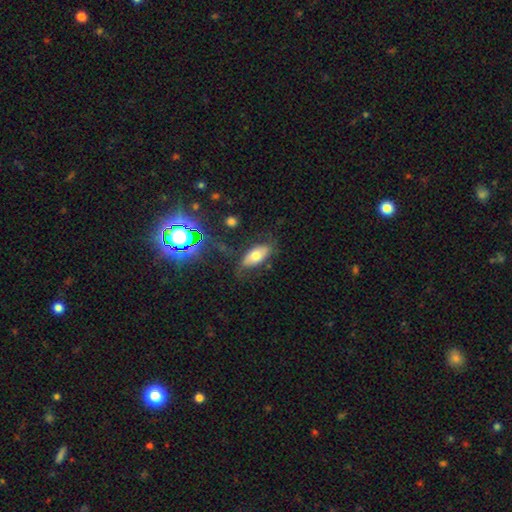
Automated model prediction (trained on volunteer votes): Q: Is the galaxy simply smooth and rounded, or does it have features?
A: smooth — 63%.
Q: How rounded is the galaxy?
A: in between — 87%.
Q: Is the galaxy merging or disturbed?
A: none — 69%.